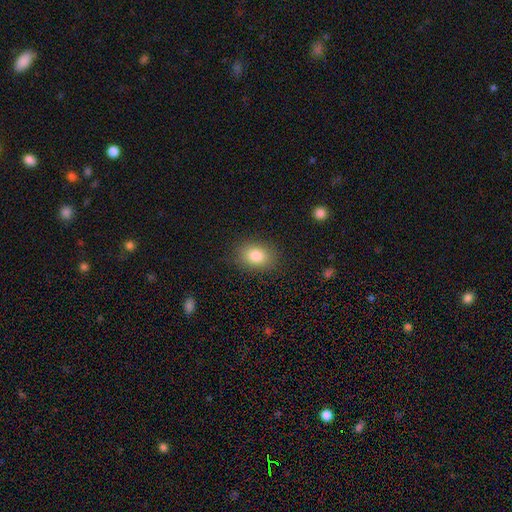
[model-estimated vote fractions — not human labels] Smooth or featured?
  - smooth: 84% *
  - star or artifact: 9%
  - featured or disk: 7%
How rounded?
  - in between: 73% *
  - round: 26%
  - cigar-shaped: 1%
Merging?
  - none: 86% *
  - minor disturbance: 10%
  - major disturbance: 3%
  - merger: 1%